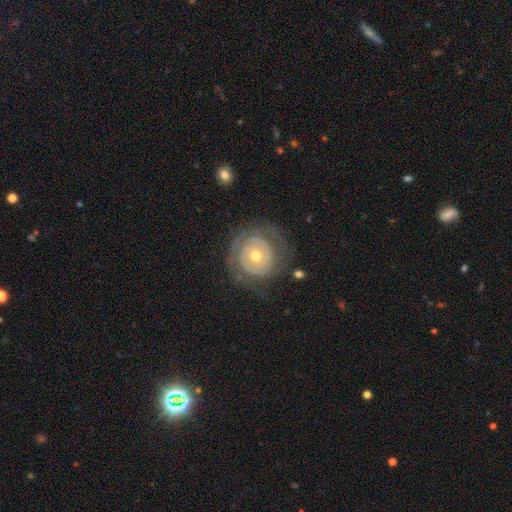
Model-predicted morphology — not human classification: This appears to be a featured or disk galaxy (69%) with no bar (82%), spiral arms (61%) and a moderate central bulge (59%). Merging: none (68%).